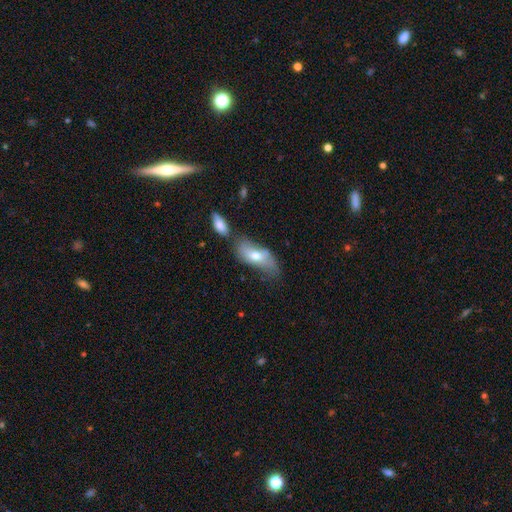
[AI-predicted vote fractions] Smooth or featured? Predicted: smooth (p=0.51). How rounded? Predicted: in between (p=0.78). Merging? Predicted: none (p=0.43).